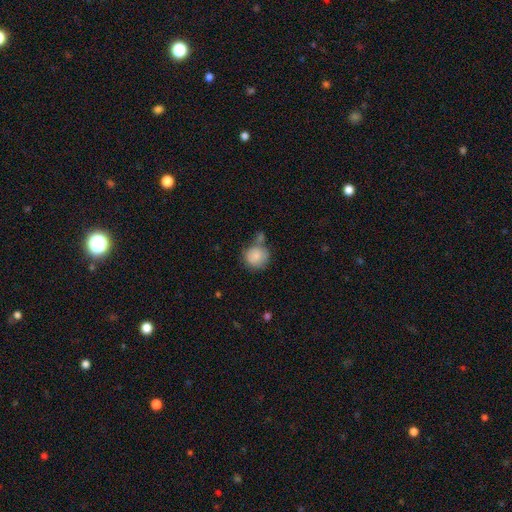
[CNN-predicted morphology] smooth_or_featured: smooth (p=0.84) [alt: featured or disk p=0.09]
how_rounded: round (p=0.88) [alt: in between p=0.11]
merging: none (p=0.55) [alt: merger p=0.22]